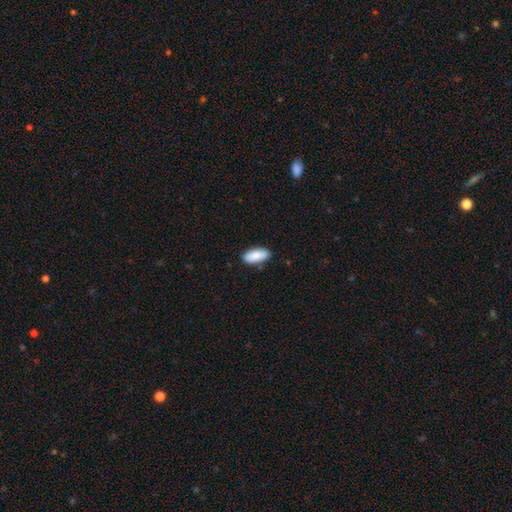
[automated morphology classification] The model was most divided on "merging": none: 82%, minor disturbance: 13%, major disturbance: 2%, merger: 2%. More confident: how rounded — in between (88%); smooth or featured — smooth (87%).